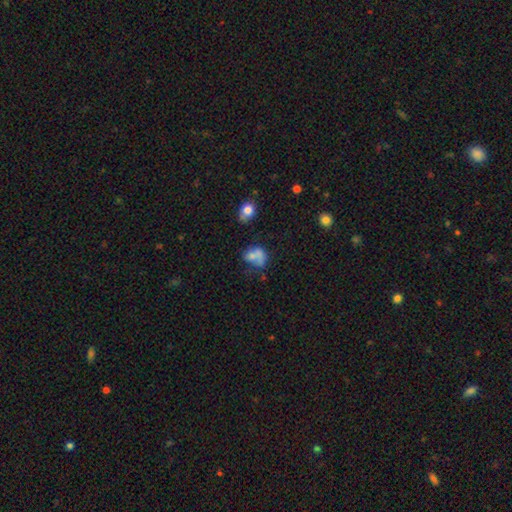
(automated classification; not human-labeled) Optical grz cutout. It shows a smooth galaxy with no disk features (63%) that is in between round and cigar-shaped (62%). Merging: merger (38%).